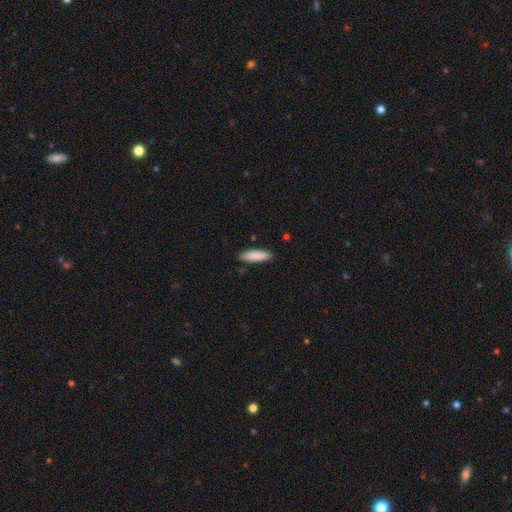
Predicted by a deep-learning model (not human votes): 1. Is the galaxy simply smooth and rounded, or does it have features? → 87% smooth, 7% featured or disk, 6% star or artifact.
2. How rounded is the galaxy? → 64% cigar-shaped, 35% in between, 1% round.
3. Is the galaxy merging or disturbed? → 87% none, 10% minor disturbance, 2% major disturbance, 1% merger.